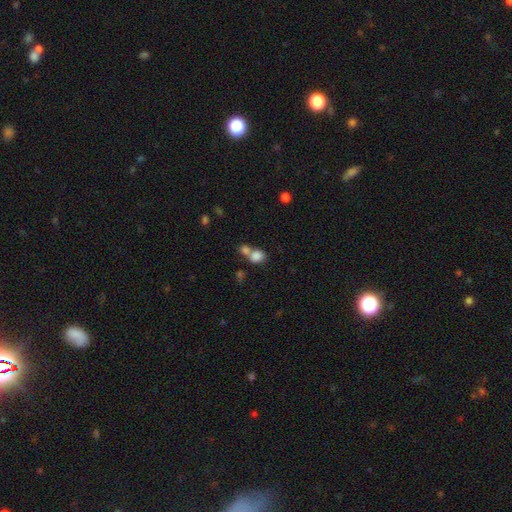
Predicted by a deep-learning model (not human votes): This is clearly a smooth galaxy (82%). How rounded: possibly round (54%). Merging: possibly merger (54%).